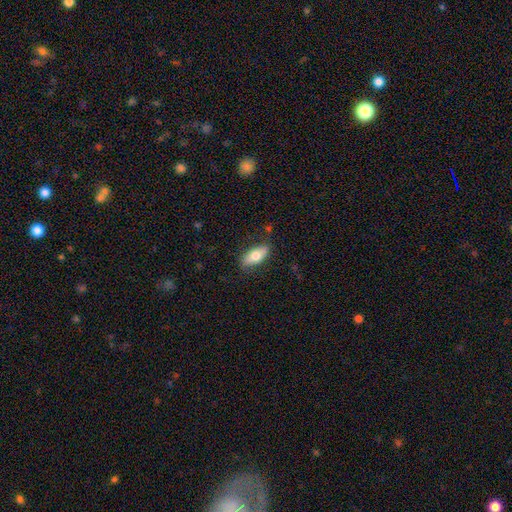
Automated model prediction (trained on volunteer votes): Overall: smooth (71%). How rounded: in between (80%). Merging: none (82%).